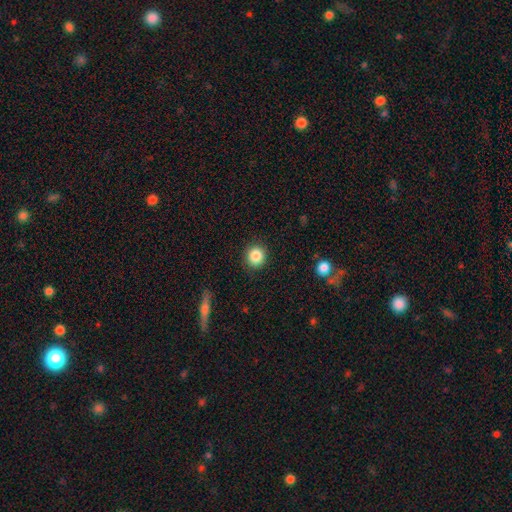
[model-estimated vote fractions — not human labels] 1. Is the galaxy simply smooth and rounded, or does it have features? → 86% smooth, 10% star or artifact, 4% featured or disk.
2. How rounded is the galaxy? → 90% round, 9% in between, 1% cigar-shaped.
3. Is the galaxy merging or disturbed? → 89% none, 7% minor disturbance, 2% major disturbance, 1% merger.